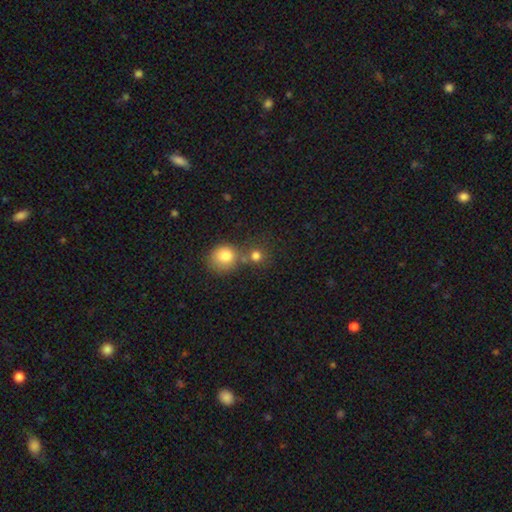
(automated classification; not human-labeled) smooth_or_featured: smooth (p=0.79) [alt: star or artifact p=0.13]
how_rounded: round (p=0.88) [alt: in between p=0.11]
merging: none (p=0.54) [alt: merger p=0.33]